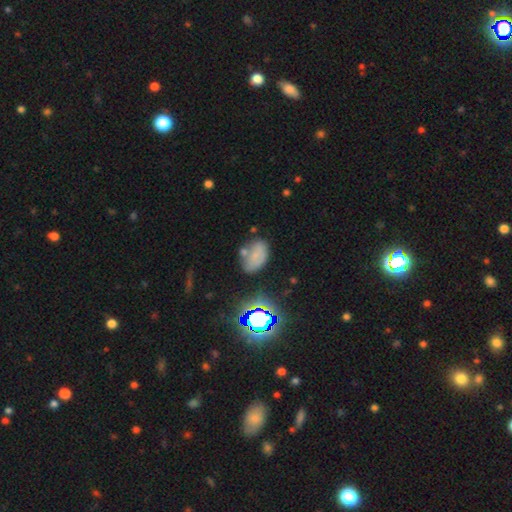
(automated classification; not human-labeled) Morphology: type=smooth (59%); roundness=in between (86%); merging=none (56%).